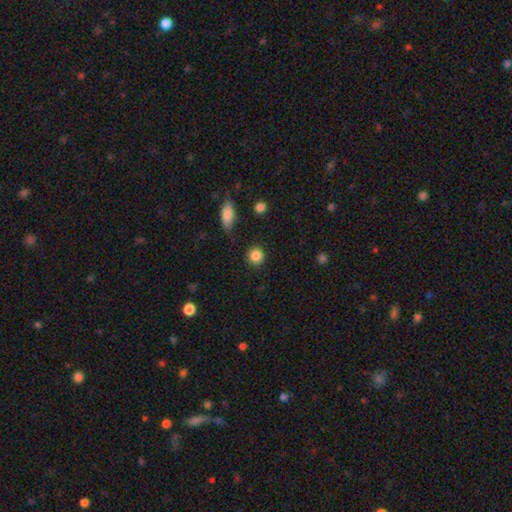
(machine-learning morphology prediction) Smooth or featured? smooth (87%)
How rounded? round (91%)
Merging? none (87%)